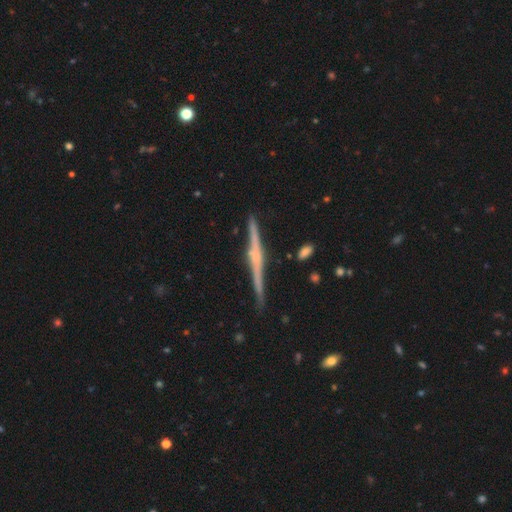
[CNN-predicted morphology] featured or disk 81%, smooth 13%, star or artifact 6%. Down the decision tree: edge-on disk — yes (98%); edge-on bulge — rounded (58%); merging — none (89%).